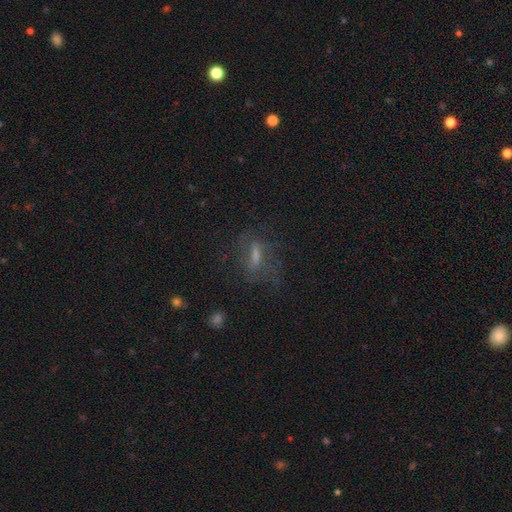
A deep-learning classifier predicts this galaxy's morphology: This is marginally a featured or disk galaxy (42%). Merging: possibly none (58%).